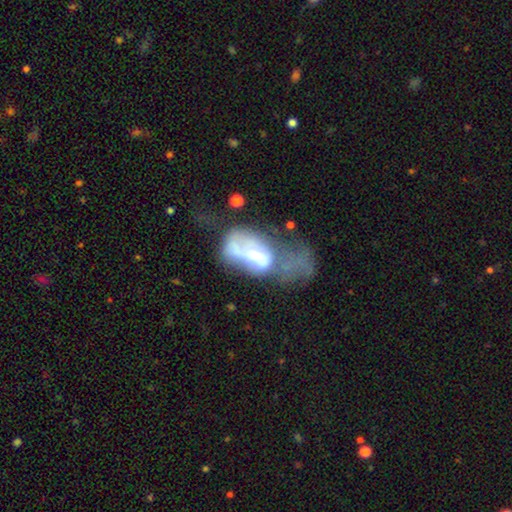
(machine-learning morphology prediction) type=smooth (46%); merging=major disturbance (48%).